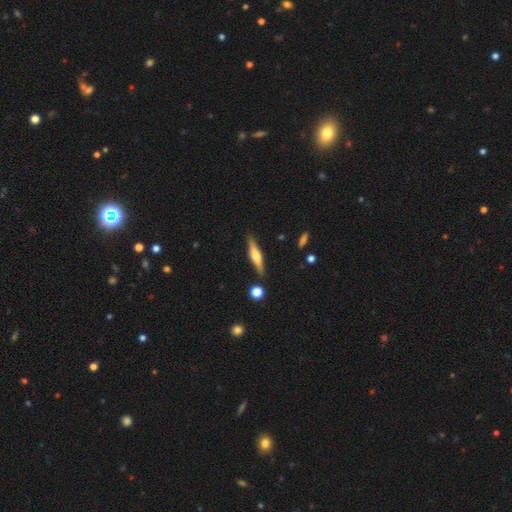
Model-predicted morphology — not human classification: Overall: featured or disk (58%; smooth 36%). Edge-on disk: yes (95%). Edge-on bulge: rounded (87%). Merging: none (87%).